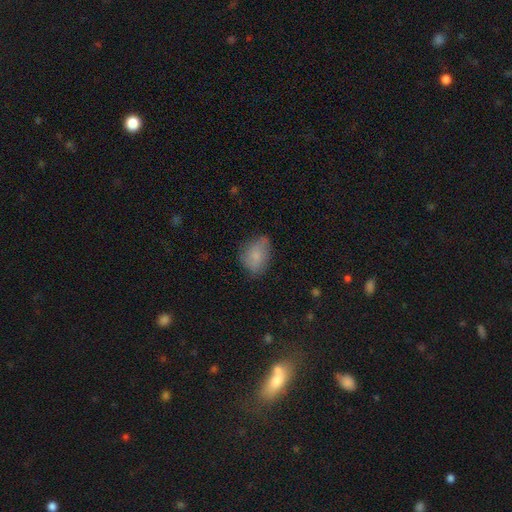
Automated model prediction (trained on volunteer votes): This is likely a smooth galaxy (74%). How rounded: likely in between (72%). Merging: possibly none (59%).